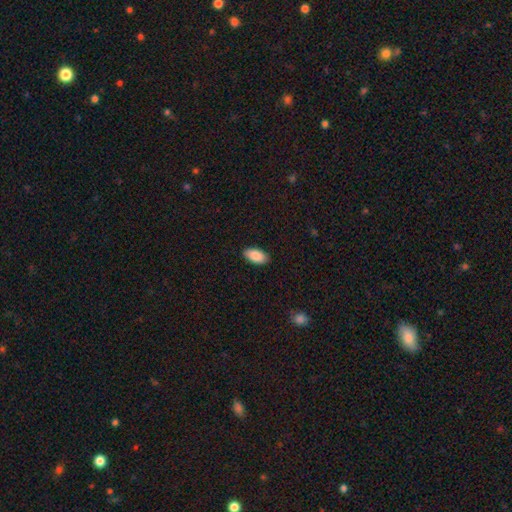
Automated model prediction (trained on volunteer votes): This is clearly a smooth galaxy (89%). How rounded: clearly in between (95%). Merging: clearly none (89%).